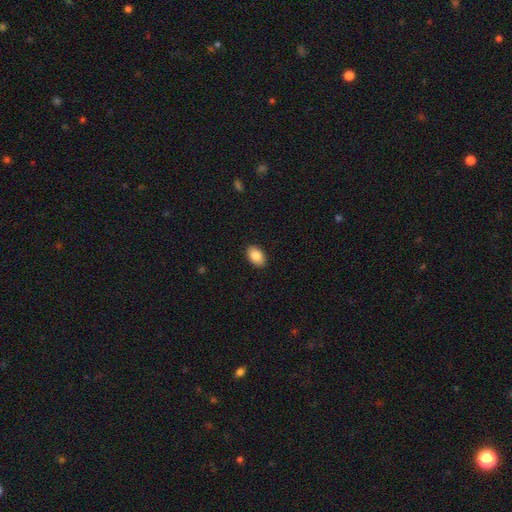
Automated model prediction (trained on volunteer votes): smooth-or-featured: smooth: 86% | star or artifact: 7% | featured or disk: 7%
  how-rounded: in between: 90% | round: 9% | cigar-shaped: 1%
  merging: none: 90% | minor disturbance: 8% | major disturbance: 2% | merger: 1%